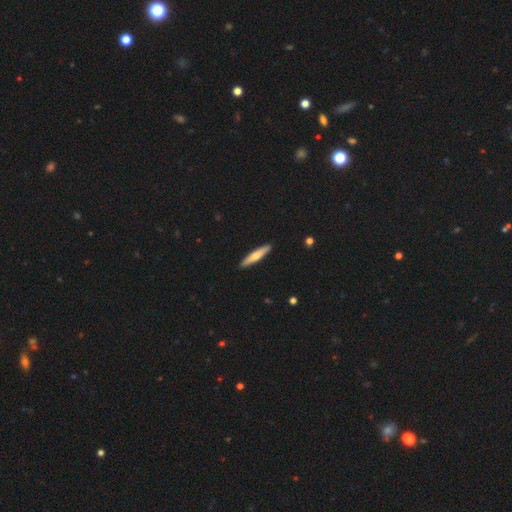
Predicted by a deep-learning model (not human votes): Smooth or featured: smooth — 61% (featured or disk — 34%)
How rounded: cigar-shaped — 90% (in between — 9%)
Merging: none — 91% (minor disturbance — 6%)